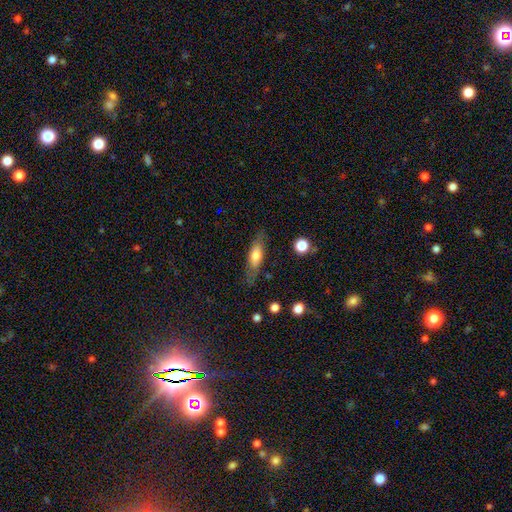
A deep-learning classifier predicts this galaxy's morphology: smooth_or_featured: smooth (p=0.59) [alt: featured or disk p=0.34]
how_rounded: in between (p=0.55) [alt: cigar-shaped p=0.42]
merging: none (p=0.77) [alt: minor disturbance p=0.16]